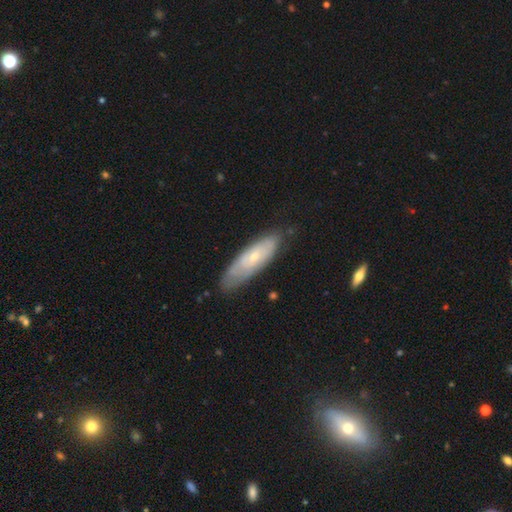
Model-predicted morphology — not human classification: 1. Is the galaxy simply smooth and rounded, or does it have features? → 49% featured or disk, 42% smooth, 9% star or artifact.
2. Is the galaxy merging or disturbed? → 75% none, 20% minor disturbance, 4% major disturbance, 2% merger.